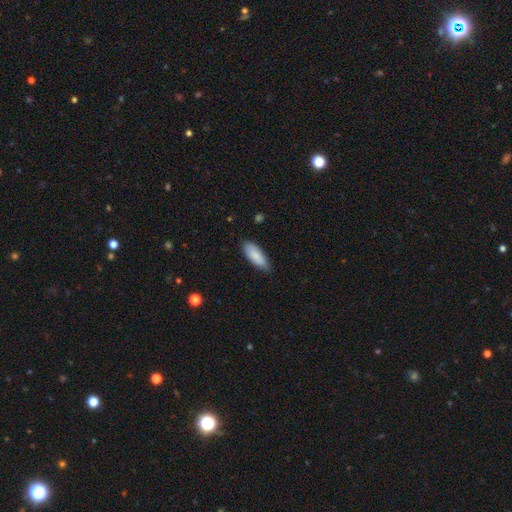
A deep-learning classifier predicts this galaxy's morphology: Q: Smooth or featured?
A: smooth (85%); runner-up: featured or disk (9%)
Q: How rounded?
A: in between (75%); runner-up: cigar-shaped (23%)
Q: Merging?
A: none (74%); runner-up: minor disturbance (23%)